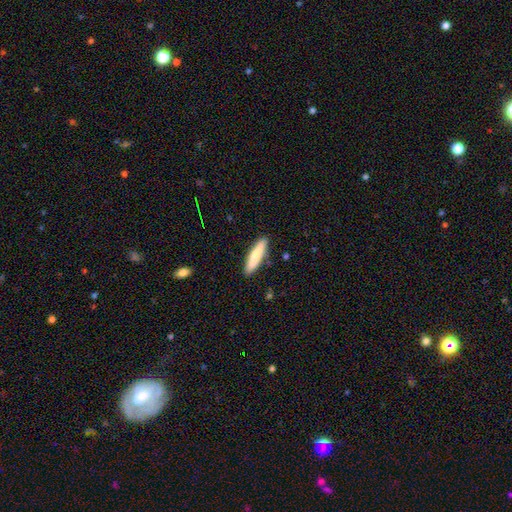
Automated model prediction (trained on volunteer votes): A smooth galaxy with no disk features (73%) that is cigar-shaped (79%). Merging: none (88%).